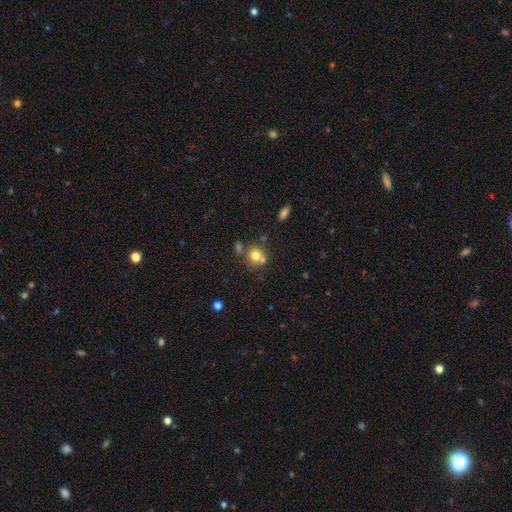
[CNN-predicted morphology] Smooth or featured? smooth (76%)
How rounded? round (86%)
Merging? none (60%)